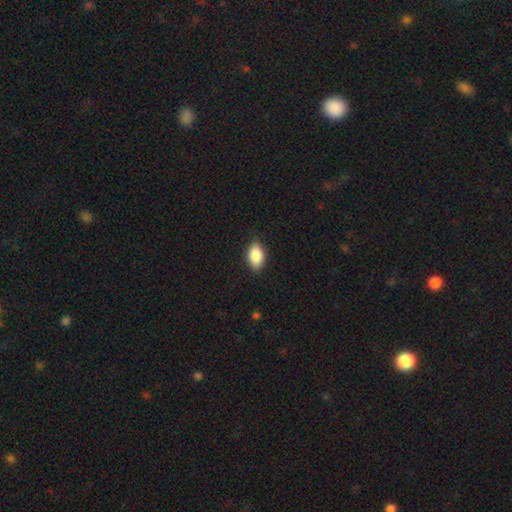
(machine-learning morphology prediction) Smooth or featured?
  - smooth: 85% *
  - featured or disk: 8%
  - star or artifact: 7%
How rounded?
  - in between: 90% *
  - round: 8%
  - cigar-shaped: 3%
Merging?
  - none: 84% *
  - minor disturbance: 13%
  - major disturbance: 2%
  - merger: 1%